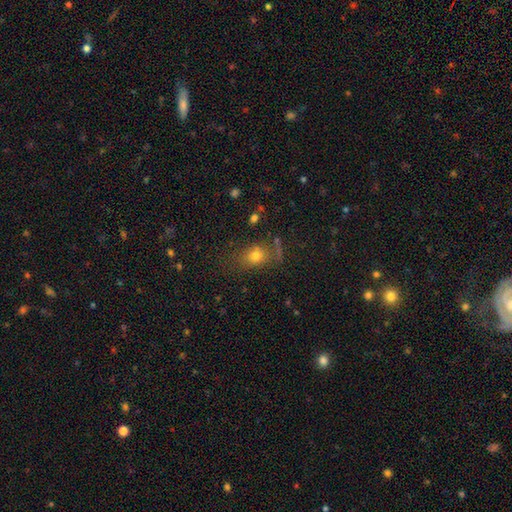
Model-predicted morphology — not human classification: smooth_or_featured: smooth (p=0.71) [alt: star or artifact p=0.17]
how_rounded: in between (p=0.51) [alt: round p=0.46]
merging: none (p=0.65) [alt: minor disturbance p=0.19]